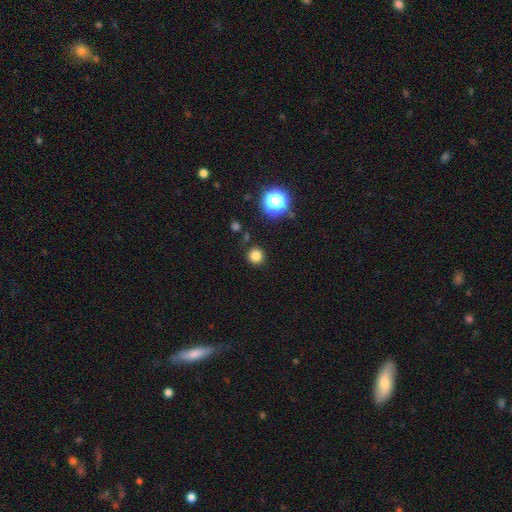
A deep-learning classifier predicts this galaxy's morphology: Smooth or featured? Predicted: smooth (p=0.80). How rounded? Predicted: round (p=0.95). Merging? Predicted: none (p=0.89).